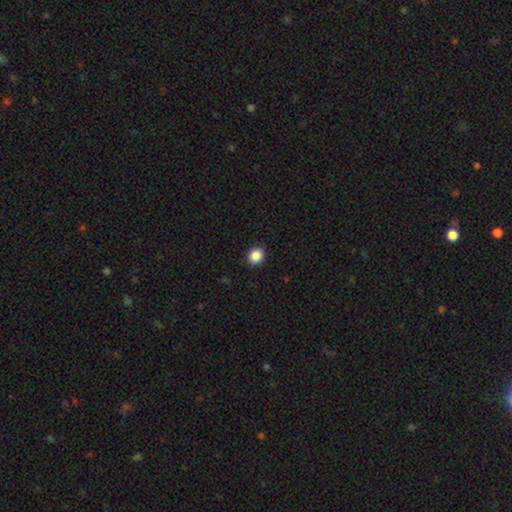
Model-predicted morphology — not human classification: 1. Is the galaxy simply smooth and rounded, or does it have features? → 87% smooth, 10% star or artifact, 3% featured or disk.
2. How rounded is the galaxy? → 72% round, 27% in between, 1% cigar-shaped.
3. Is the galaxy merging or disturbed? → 91% none, 7% minor disturbance, 2% major disturbance, 1% merger.